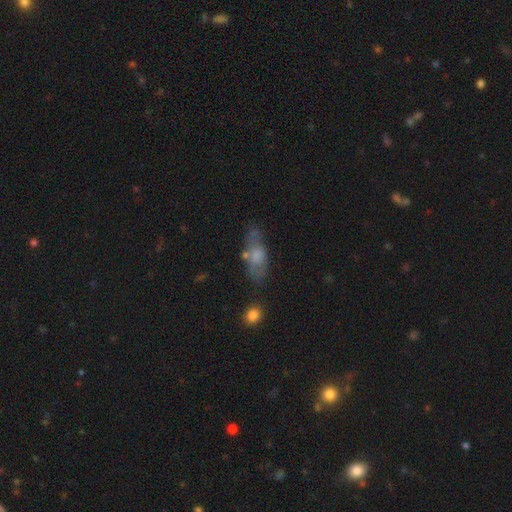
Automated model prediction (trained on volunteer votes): The model was most divided on "smooth or featured": smooth: 59%, featured or disk: 32%, star or artifact: 9%. More confident: how rounded — in between (72%); merging — none (58%).